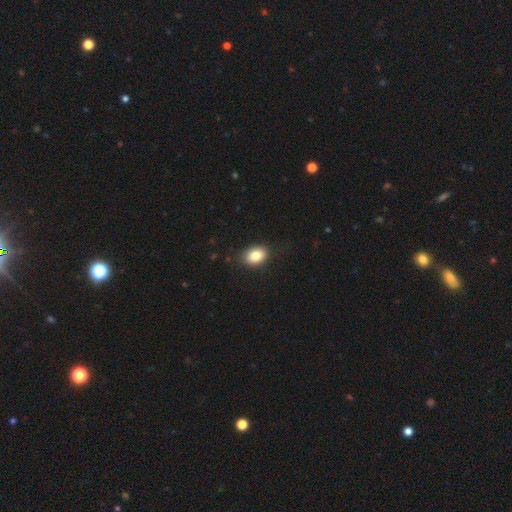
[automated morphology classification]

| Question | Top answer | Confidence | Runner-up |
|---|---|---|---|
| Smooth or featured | smooth | 85% | star or artifact (8%) |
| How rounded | in between | 81% | round (18%) |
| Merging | none | 86% | minor disturbance (11%) |